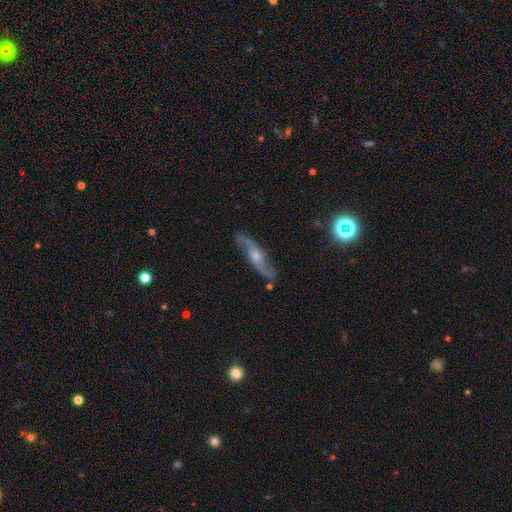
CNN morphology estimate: The model was most divided on "bulge size": moderate: 58%, small: 32%, large: 5%, none: 2%, dominant: 1%. More confident: spiral arms — yes (91%); merging — none (82%); smooth or featured — featured or disk (78%); edge-on disk — no (66%); bar — no (59%).